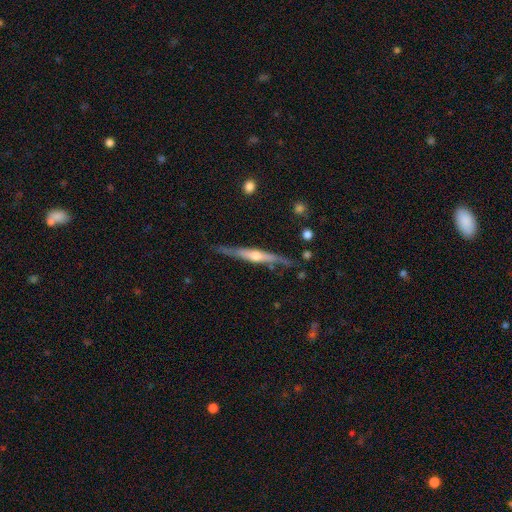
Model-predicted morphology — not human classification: This appears to be a featured or disk galaxy (70%) viewed edge-on (95%) with a rounded central bulge (82%). Merging: none (75%).